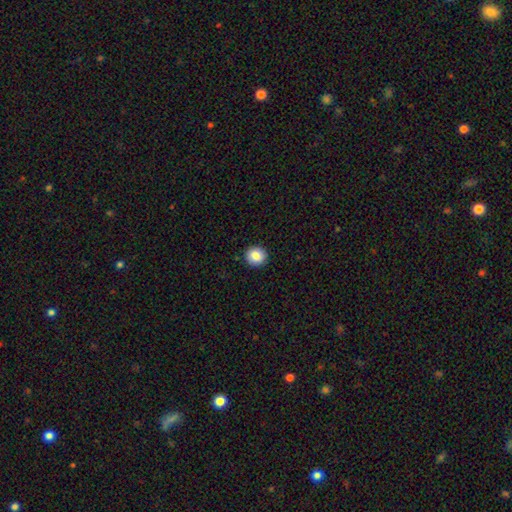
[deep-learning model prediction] A smooth galaxy with no disk features (86%) that is round (92%). Merging: none (92%).